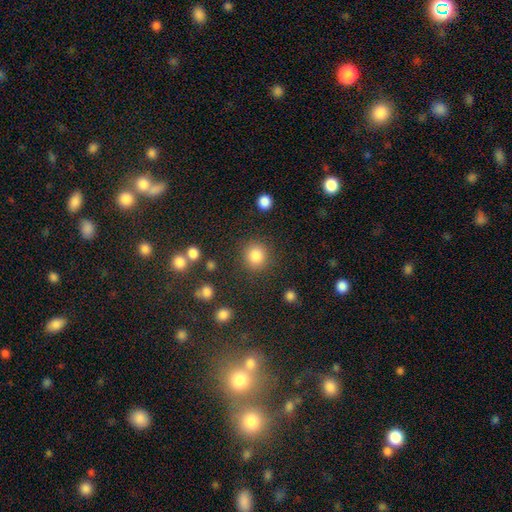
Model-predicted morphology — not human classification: The model was most divided on "smooth or featured": smooth: 85%, star or artifact: 10%, featured or disk: 5%. More confident: how rounded — round (89%); merging — none (86%).